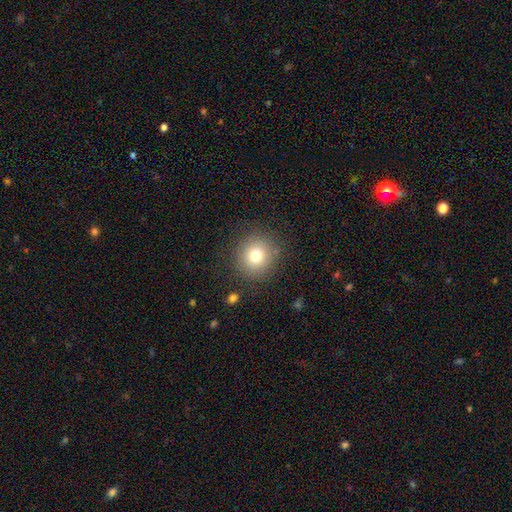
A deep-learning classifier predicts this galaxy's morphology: A smooth galaxy with no disk features (77%) that is round (90%). Merging: none (86%).